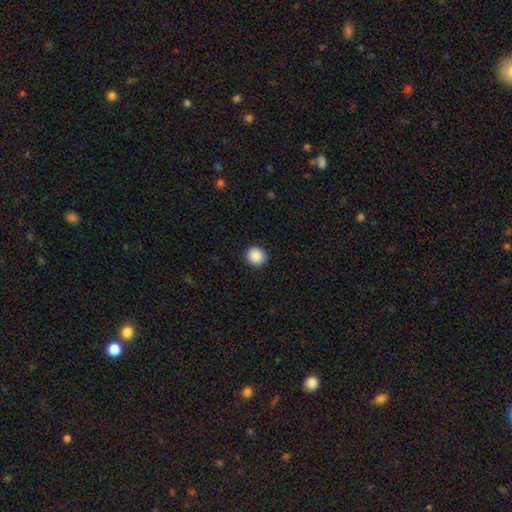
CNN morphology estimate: This is clearly a smooth galaxy (89%). How rounded: clearly round (91%). Merging: clearly none (92%).